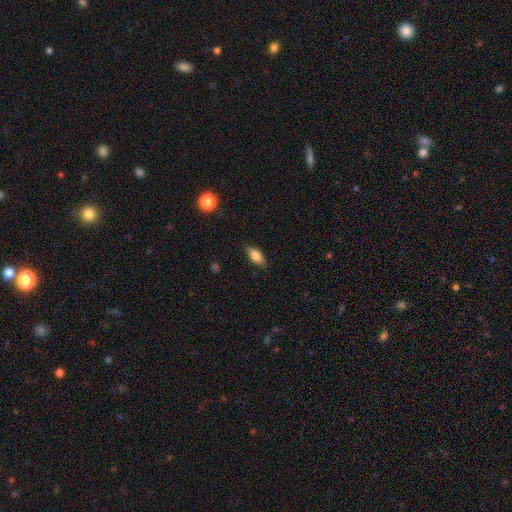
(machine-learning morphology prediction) Smooth or featured: smooth — 81% (featured or disk — 12%)
How rounded: in between — 83% (cigar-shaped — 13%)
Merging: none — 84% (minor disturbance — 12%)